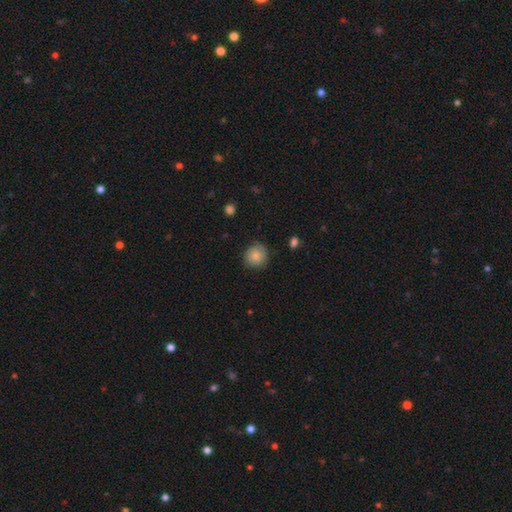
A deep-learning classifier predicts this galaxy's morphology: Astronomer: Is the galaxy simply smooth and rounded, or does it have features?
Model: smooth — 80%.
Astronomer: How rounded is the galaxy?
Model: round — 89%.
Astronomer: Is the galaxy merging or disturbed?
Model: none — 80%.